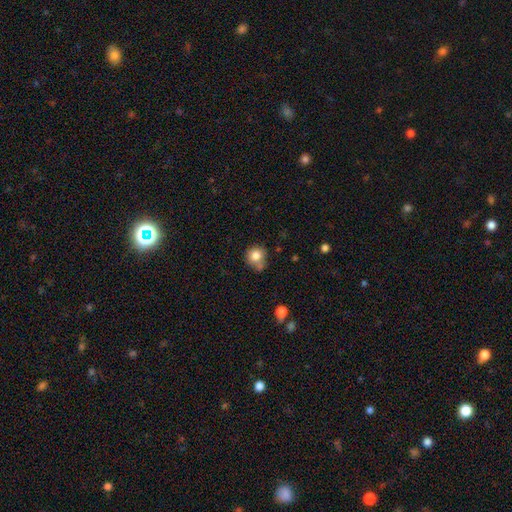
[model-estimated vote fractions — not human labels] Morphology: type=smooth (81%); roundness=round (84%); merging=none (56%).